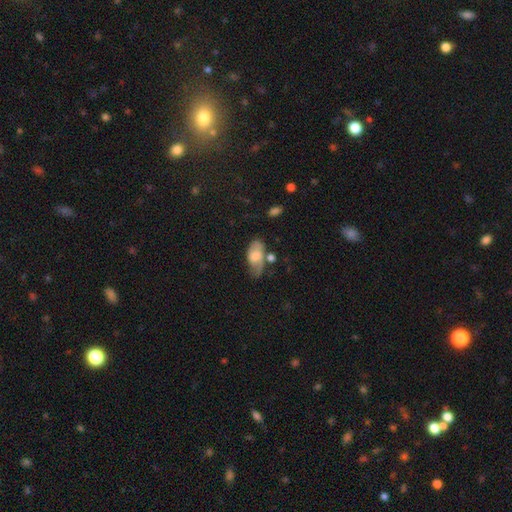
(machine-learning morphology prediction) Smooth or featured? Predicted: smooth (p=0.53). How rounded? Predicted: in between (p=0.92). Merging? Predicted: none (p=0.42).